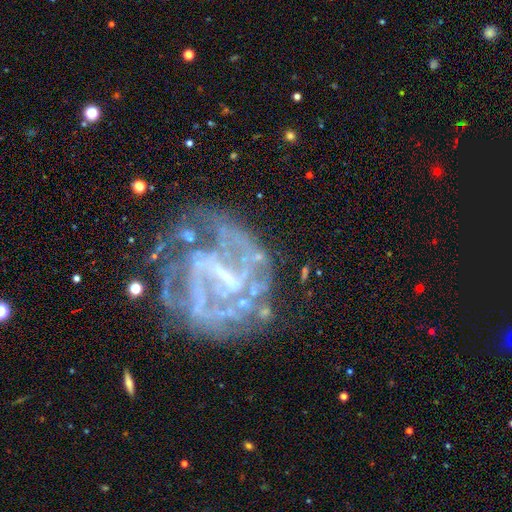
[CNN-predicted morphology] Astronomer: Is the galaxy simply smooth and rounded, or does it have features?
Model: featured or disk — 76%.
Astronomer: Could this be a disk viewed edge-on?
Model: no — 95%.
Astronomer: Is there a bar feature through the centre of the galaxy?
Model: strong — 46% (runner-up: weak, 31%).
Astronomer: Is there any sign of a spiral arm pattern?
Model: yes — 67%.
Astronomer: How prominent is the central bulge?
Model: none — 38%, tied with small at 38%.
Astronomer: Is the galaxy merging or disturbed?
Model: none — 45% (runner-up: major disturbance, 27%).